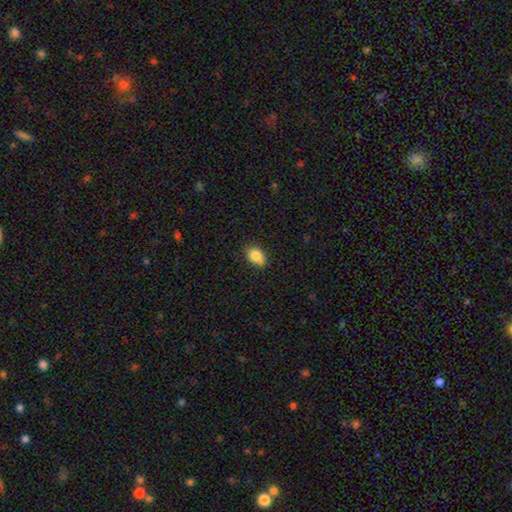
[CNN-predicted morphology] smooth-or-featured: smooth: 83% | star or artifact: 9% | featured or disk: 8%
  how-rounded: in between: 67% | round: 31% | cigar-shaped: 1%
  merging: none: 71% | minor disturbance: 21% | merger: 4% | major disturbance: 3%